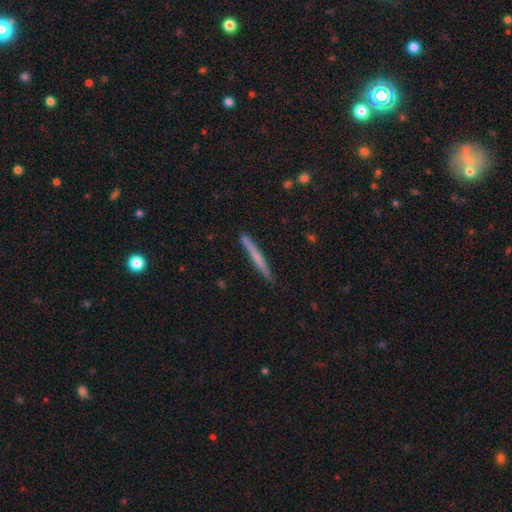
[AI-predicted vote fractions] Smooth or featured?
  - smooth: 54% *
  - featured or disk: 40%
  - star or artifact: 6%
How rounded?
  - cigar-shaped: 97% *
  - in between: 2%
  - round: 1%
Merging?
  - none: 89% *
  - minor disturbance: 8%
  - merger: 1%
  - major disturbance: 1%